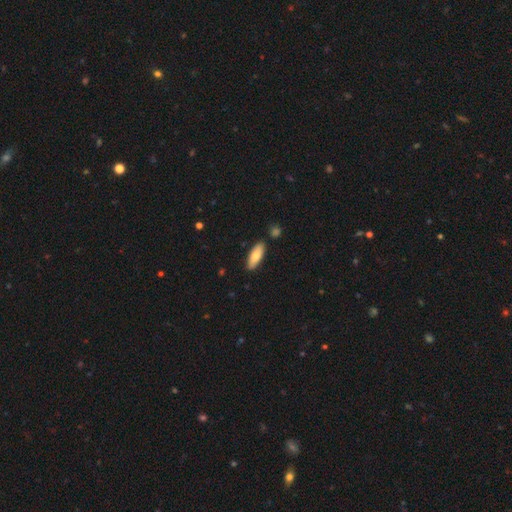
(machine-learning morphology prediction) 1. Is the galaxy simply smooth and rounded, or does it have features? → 78% smooth, 16% featured or disk, 6% star or artifact.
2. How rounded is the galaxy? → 66% in between, 32% cigar-shaped, 2% round.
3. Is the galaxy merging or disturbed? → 86% none, 10% minor disturbance, 3% merger, 2% major disturbance.